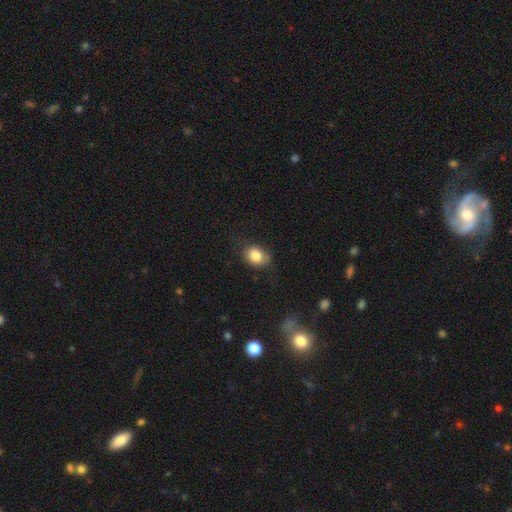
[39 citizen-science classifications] A smooth galaxy with no disk features (74%) that is in between round and cigar-shaped (66%). Merging: none (53%).